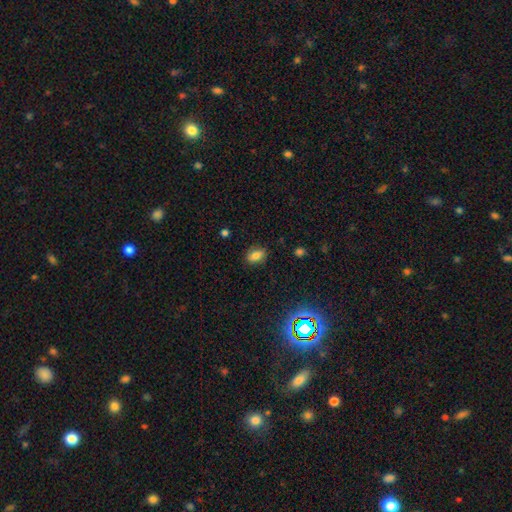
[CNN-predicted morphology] smooth-or-featured: smooth: 78% | star or artifact: 13% | featured or disk: 9%
  how-rounded: in between: 80% | round: 17% | cigar-shaped: 3%
  merging: none: 85% | minor disturbance: 11% | major disturbance: 3% | merger: 1%